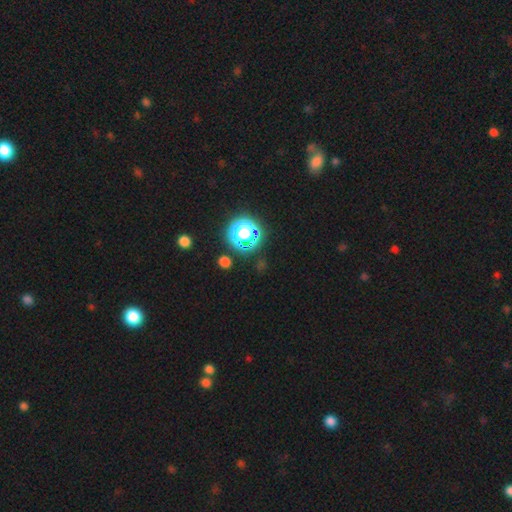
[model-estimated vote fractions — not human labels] Smooth or featured?
  - star or artifact: 77% *
  - smooth: 16%
  - featured or disk: 7%